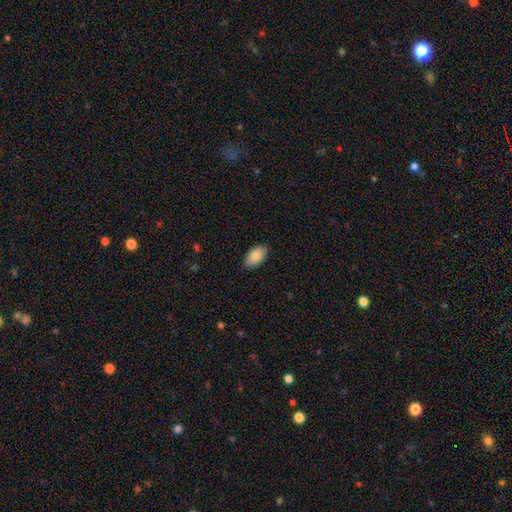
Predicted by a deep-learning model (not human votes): Smooth or featured? smooth (86%)
How rounded? in between (95%)
Merging? none (87%)